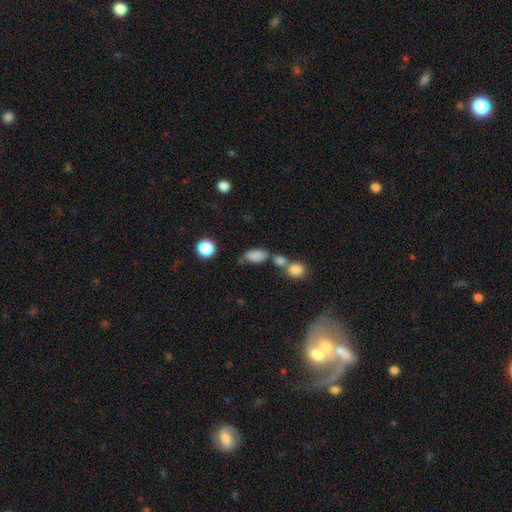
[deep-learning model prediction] Smooth or featured?
  - smooth: 82% *
  - star or artifact: 11%
  - featured or disk: 7%
How rounded?
  - in between: 87% *
  - round: 10%
  - cigar-shaped: 4%
Merging?
  - none: 48% *
  - merger: 27%
  - minor disturbance: 17%
  - major disturbance: 7%